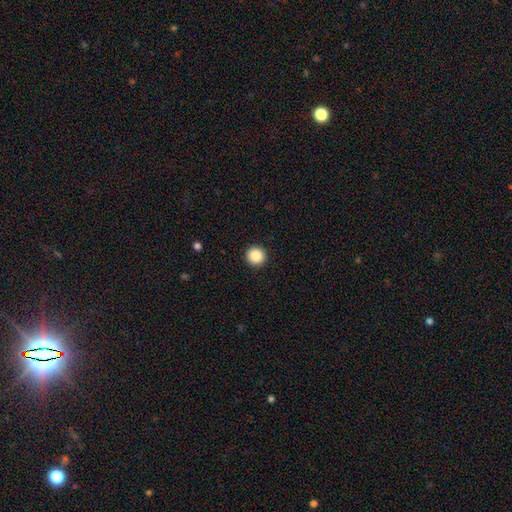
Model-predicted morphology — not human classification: Smooth or featured?
  - smooth: 88% *
  - star or artifact: 9%
  - featured or disk: 3%
How rounded?
  - round: 95% *
  - in between: 4%
  - cigar-shaped: 1%
Merging?
  - none: 93% *
  - minor disturbance: 4%
  - major disturbance: 2%
  - merger: 1%